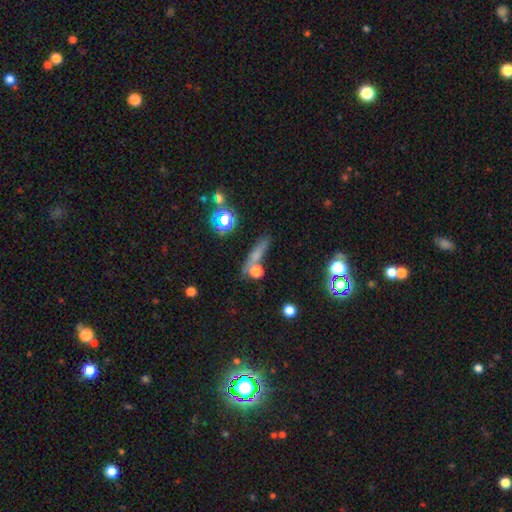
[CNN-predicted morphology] smooth_or_featured: smooth (p=0.58) [alt: featured or disk p=0.22]
how_rounded: cigar-shaped (p=0.68) [alt: in between p=0.18]
merging: none (p=0.67) [alt: merger p=0.14]